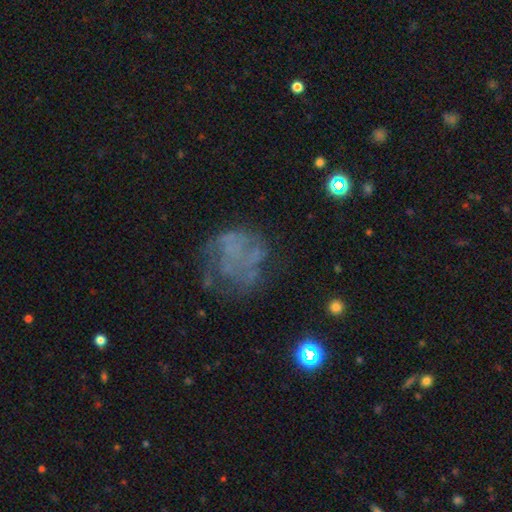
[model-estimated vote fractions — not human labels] smooth_or_featured: featured or disk (p=0.56) [alt: smooth p=0.26]
disk_edge_on: no (p=0.98) [alt: yes p=0.02]
bar: no (p=0.91) [alt: weak p=0.07]
has_spiral_arms: no (p=0.75) [alt: yes p=0.25]
bulge_size: none (p=0.79) [alt: small p=0.10]
merging: none (p=0.46) [alt: major disturbance p=0.31]